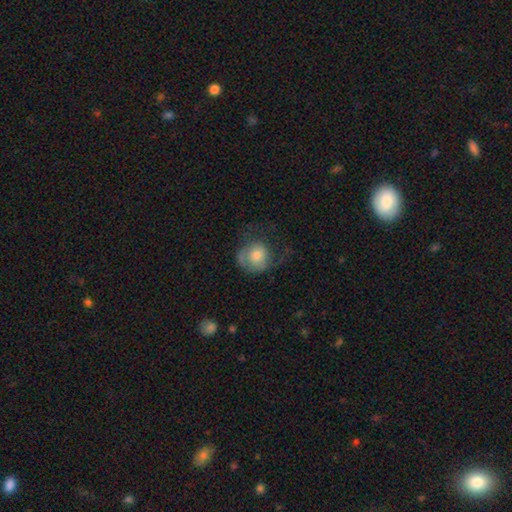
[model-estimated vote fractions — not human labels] Overall: smooth (58%; featured or disk 34%). How rounded: round (80%). Merging: none (41%; major disturbance 33%).